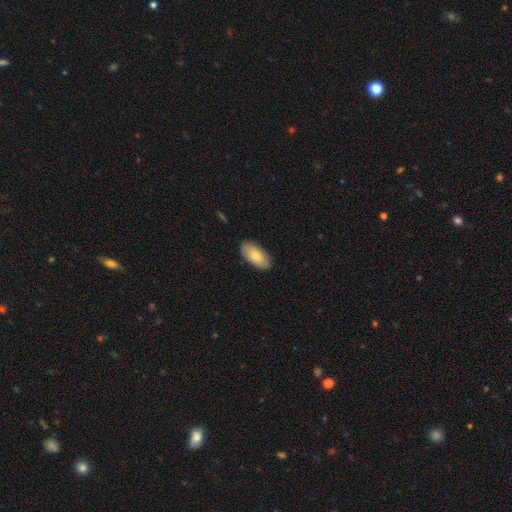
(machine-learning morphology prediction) Overall: smooth (80%). How rounded: in between (93%). Merging: none (88%).